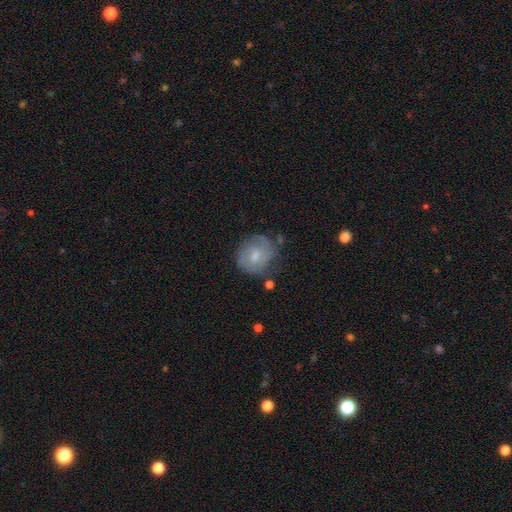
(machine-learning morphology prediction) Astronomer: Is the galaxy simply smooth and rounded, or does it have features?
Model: featured or disk — 48% (runner-up: smooth, 44%).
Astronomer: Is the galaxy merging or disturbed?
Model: none — 58%.